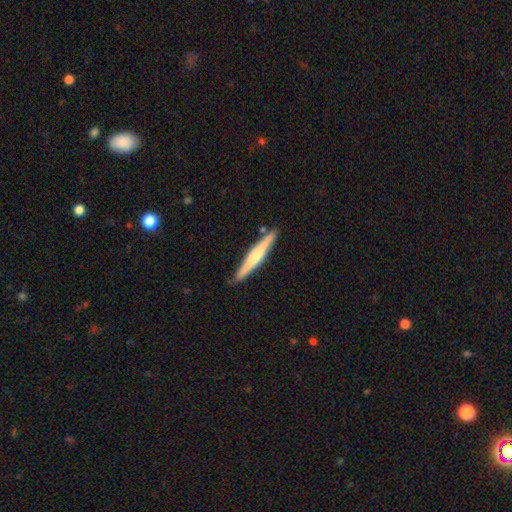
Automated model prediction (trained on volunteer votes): Morphology: type=featured or disk (49%); merging=none (86%).